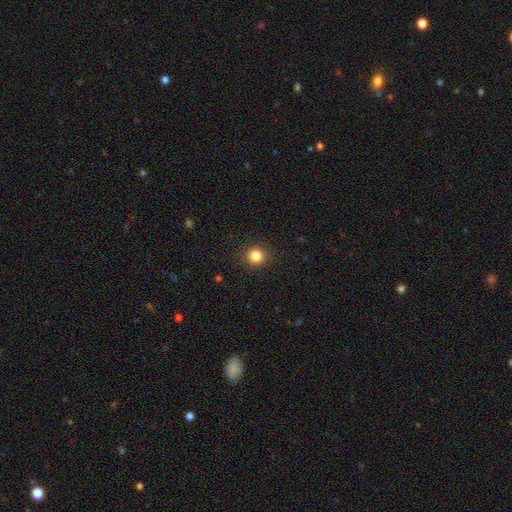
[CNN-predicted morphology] This is clearly a smooth galaxy (84%). How rounded: clearly round (92%). Merging: clearly none (91%).